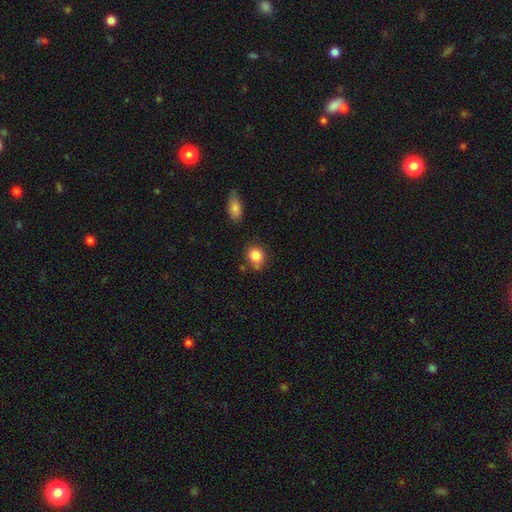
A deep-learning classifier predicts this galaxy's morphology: Smooth or featured? smooth (85%)
How rounded? round (71%)
Merging? none (68%)